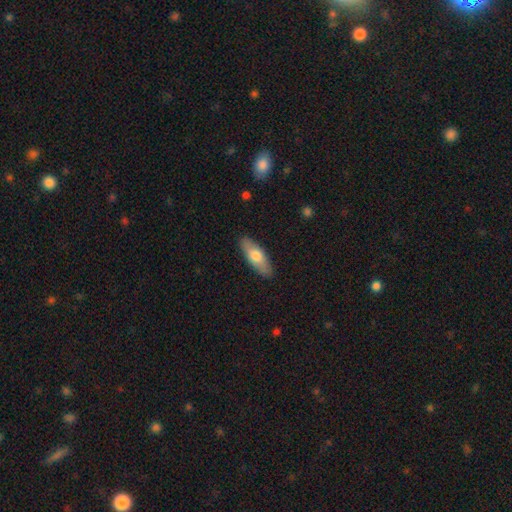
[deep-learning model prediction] A smooth galaxy with no disk features (68%) that is in between round and cigar-shaped (65%).

Vote fractions:
- Smooth or featured? smooth: 68% / featured or disk: 26% / star or artifact: 5%
- How rounded? in between: 65% / cigar-shaped: 33% / round: 2%
- Merging? none: 88% / minor disturbance: 9% / major disturbance: 2% / merger: 1%